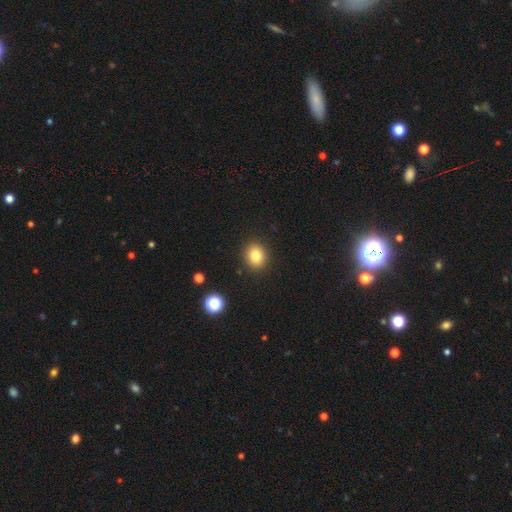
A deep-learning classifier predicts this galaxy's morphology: This is clearly a smooth galaxy (81%). How rounded: likely round (66%). Merging: clearly none (90%).